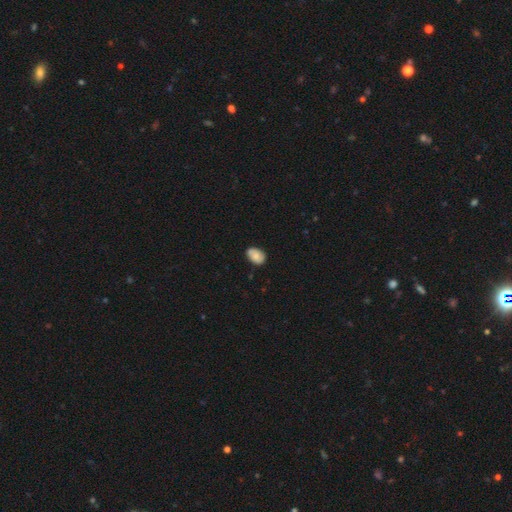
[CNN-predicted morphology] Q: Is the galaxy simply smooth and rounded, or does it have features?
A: smooth — 73%.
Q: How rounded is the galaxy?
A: in between — 82%.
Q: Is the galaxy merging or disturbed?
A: none — 73%.